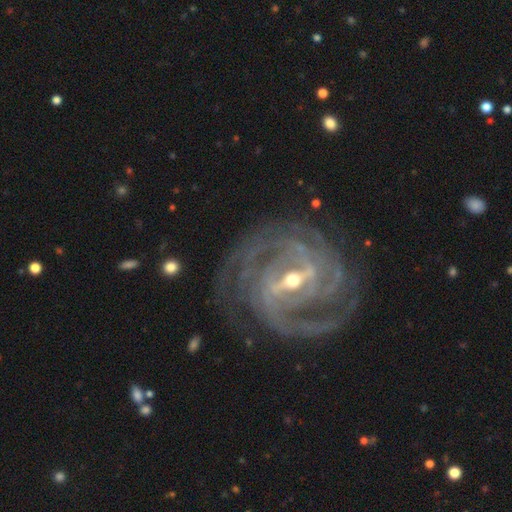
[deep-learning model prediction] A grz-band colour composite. It shows a featured or disk galaxy (92%) with a strong bar (61%), 3 (24%) tight (69%) spiral arms (98%) and a small central bulge (60%). Merging: none (78%).